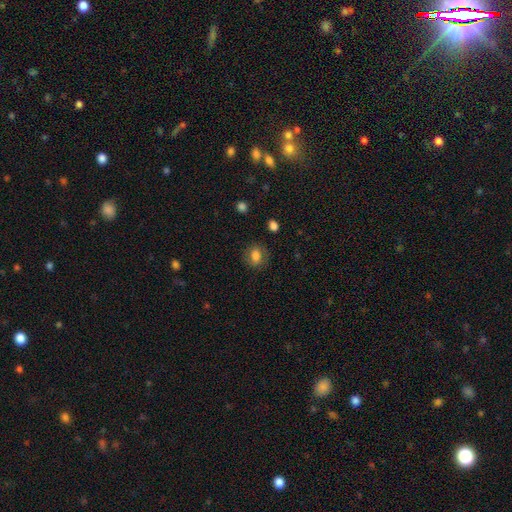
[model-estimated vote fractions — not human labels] Smooth or featured? smooth (77%)
How rounded? round (51%)
Merging? none (80%)